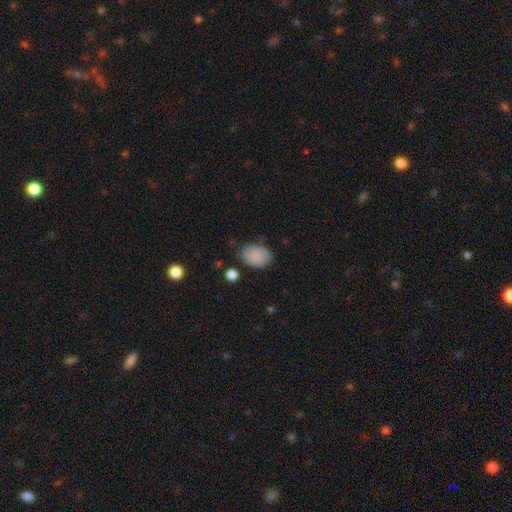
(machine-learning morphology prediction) Smooth or featured: smooth — 84% (featured or disk — 9%)
How rounded: in between — 81% (round — 18%)
Merging: none — 72% (minor disturbance — 20%)